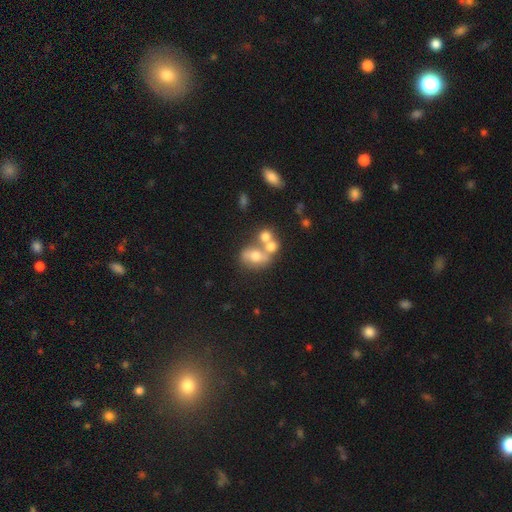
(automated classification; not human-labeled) smooth 52%, featured or disk 34%, star or artifact 14%. Down the decision tree: how rounded — in between (58%); merging — merger (51%).